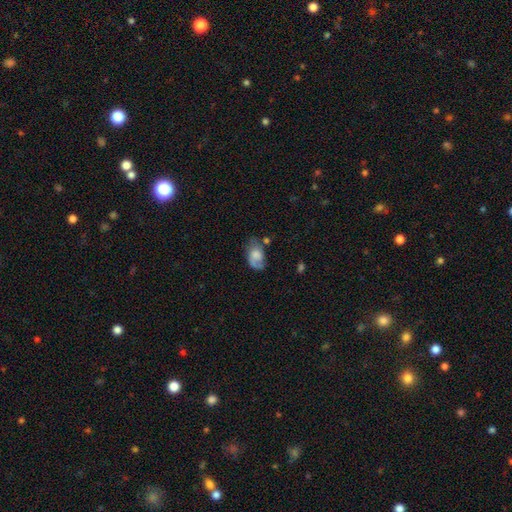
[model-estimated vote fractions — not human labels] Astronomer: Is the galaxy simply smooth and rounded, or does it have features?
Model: smooth — 51% (runner-up: featured or disk, 41%).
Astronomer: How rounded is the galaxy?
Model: in between — 86%.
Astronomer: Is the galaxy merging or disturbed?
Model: none — 43% (runner-up: minor disturbance, 30%).